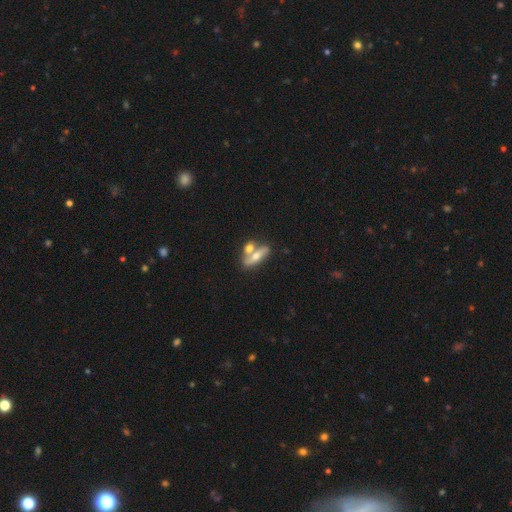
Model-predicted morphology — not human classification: Smooth or featured: smooth — 49% (featured or disk — 43%)
Merging: none — 45% (merger — 40%)